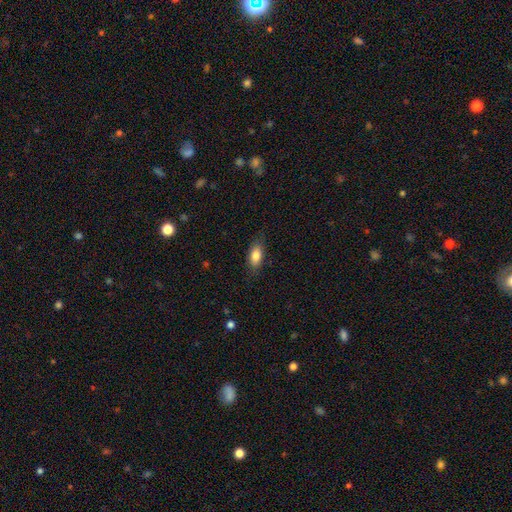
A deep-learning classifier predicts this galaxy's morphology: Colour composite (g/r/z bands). It shows a smooth galaxy with no disk features (81%) that is in between round and cigar-shaped (85%). Merging: none (81%).